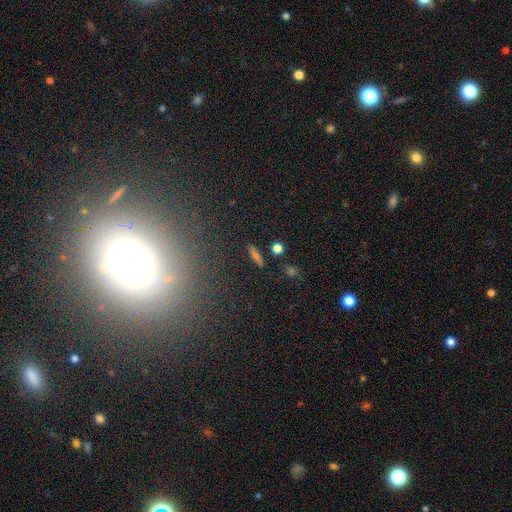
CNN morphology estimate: star or artifact 36% (tied), smooth 36% (tied), featured or disk 28%.